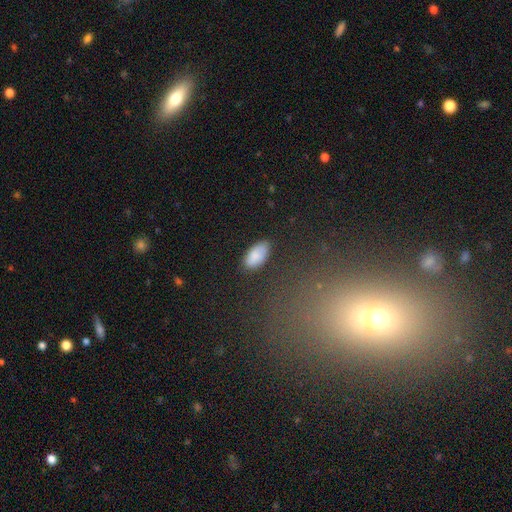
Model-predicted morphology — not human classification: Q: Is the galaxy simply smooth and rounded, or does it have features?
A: smooth — 84%.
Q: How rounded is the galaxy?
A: in between — 94%.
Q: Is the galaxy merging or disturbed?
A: none — 82%.